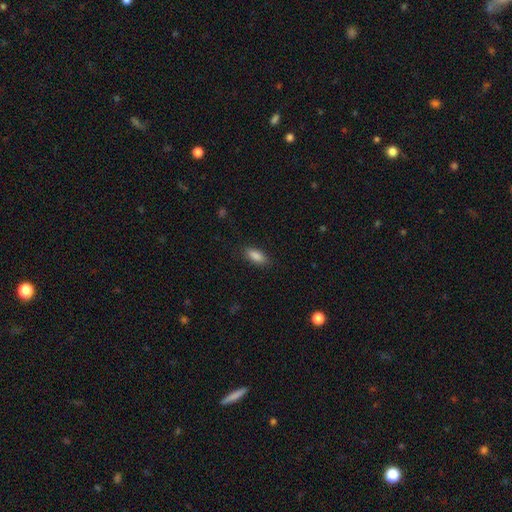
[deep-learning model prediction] smooth-or-featured: smooth: 88% | star or artifact: 8% | featured or disk: 5%
  how-rounded: in between: 83% | cigar-shaped: 14% | round: 2%
  merging: none: 85% | minor disturbance: 11% | major disturbance: 3% | merger: 1%